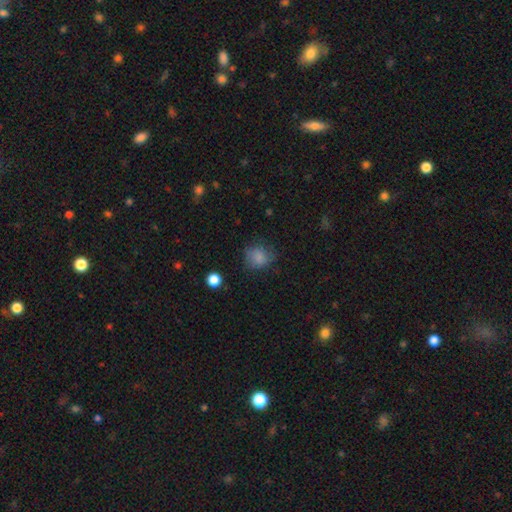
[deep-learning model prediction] Smooth or featured? smooth (81%)
How rounded? round (77%)
Merging? none (68%)